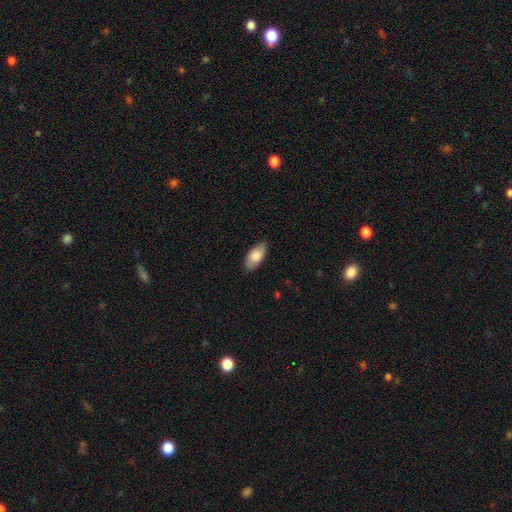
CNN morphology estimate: type=smooth (80%); roundness=in between (91%); merging=none (83%).